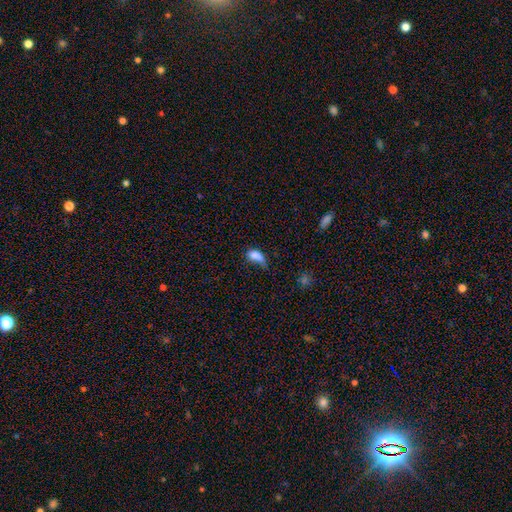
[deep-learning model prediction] Q: Smooth or featured?
A: smooth (81%); runner-up: star or artifact (10%)
Q: How rounded?
A: in between (87%); runner-up: round (7%)
Q: Merging?
A: minor disturbance (33%); runner-up: none (30%)